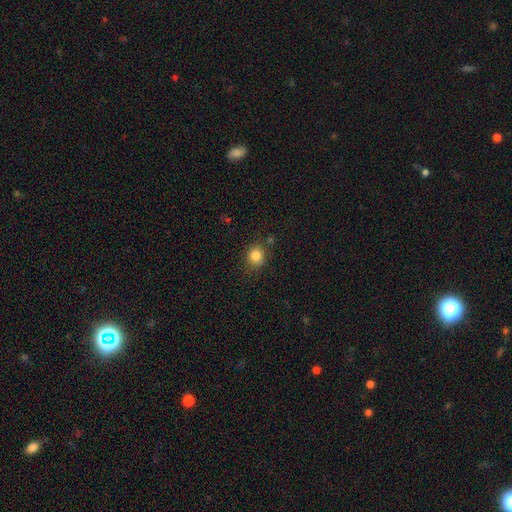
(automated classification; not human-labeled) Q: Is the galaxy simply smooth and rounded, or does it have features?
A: smooth — 84%.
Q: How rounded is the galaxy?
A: round — 81%.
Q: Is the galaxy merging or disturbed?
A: none — 80%.